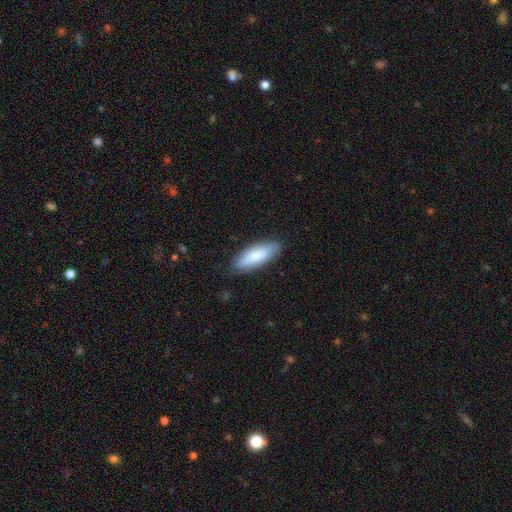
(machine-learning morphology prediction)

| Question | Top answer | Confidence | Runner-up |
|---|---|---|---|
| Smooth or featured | smooth | 85% | featured or disk (10%) |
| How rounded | in between | 67% | cigar-shaped (32%) |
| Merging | none | 84% | minor disturbance (12%) |